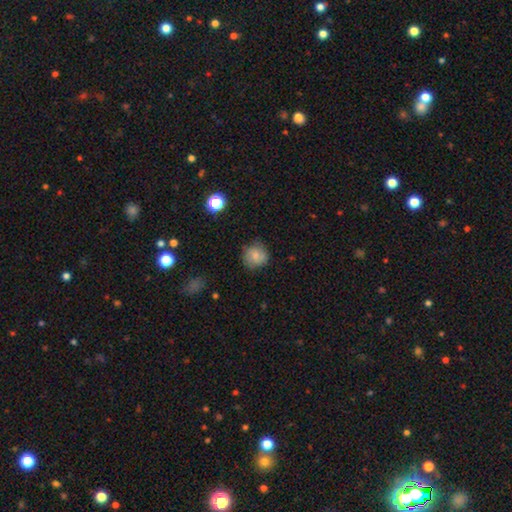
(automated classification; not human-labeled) A smooth galaxy with no disk features (71%) that is round (86%).

Vote fractions:
- Smooth or featured? smooth: 71% / featured or disk: 19% / star or artifact: 10%
- How rounded? round: 86% / in between: 13% / cigar-shaped: 1%
- Merging? none: 77% / minor disturbance: 17% / major disturbance: 5% / merger: 2%